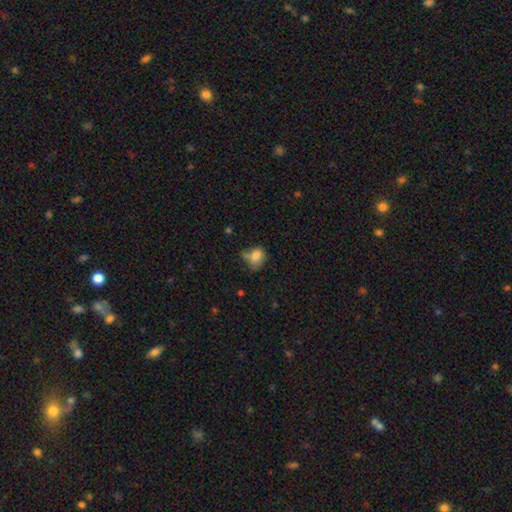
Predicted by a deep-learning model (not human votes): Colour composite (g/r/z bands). It shows a smooth galaxy with no disk features (78%) that is in between round and cigar-shaped (62%). Merging: none (40%).